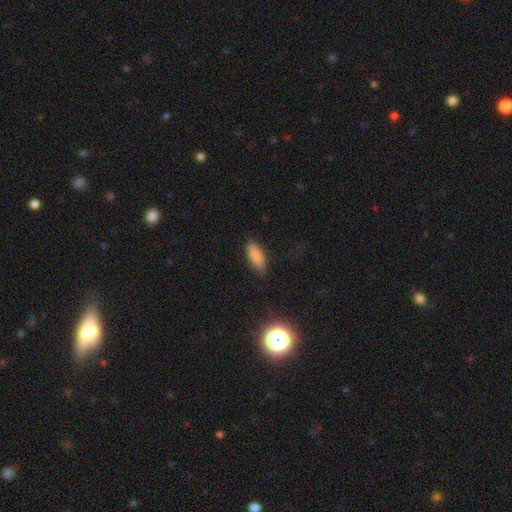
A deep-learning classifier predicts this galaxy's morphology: Smooth or featured? smooth (85%)
How rounded? in between (66%)
Merging? none (79%)